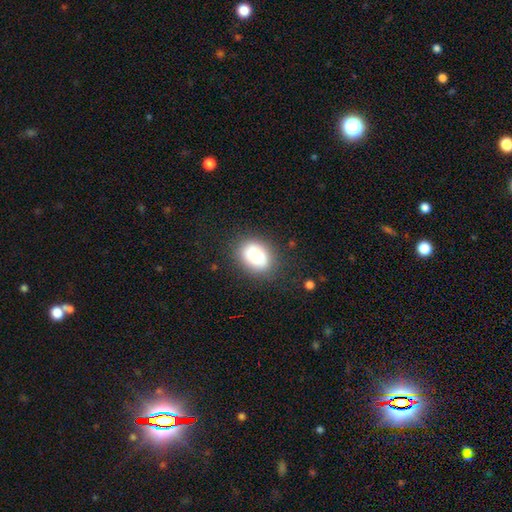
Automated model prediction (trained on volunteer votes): Smooth or featured?
  - smooth: 84% *
  - star or artifact: 8%
  - featured or disk: 7%
How rounded?
  - in between: 75% *
  - round: 24%
  - cigar-shaped: 1%
Merging?
  - none: 80% *
  - minor disturbance: 14%
  - major disturbance: 5%
  - merger: 2%